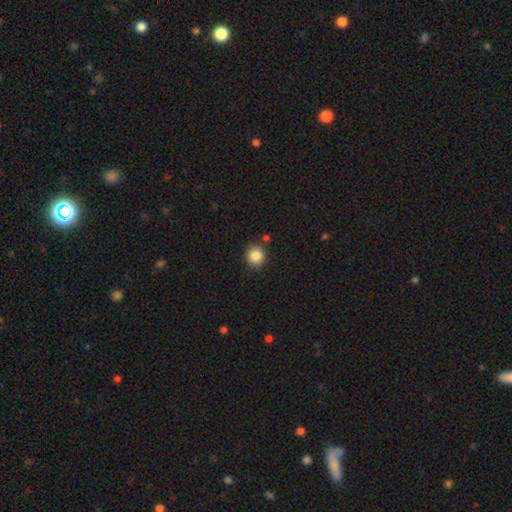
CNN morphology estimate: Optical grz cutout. It shows a smooth galaxy with no disk features (85%) that is round (88%). Merging: none (85%).